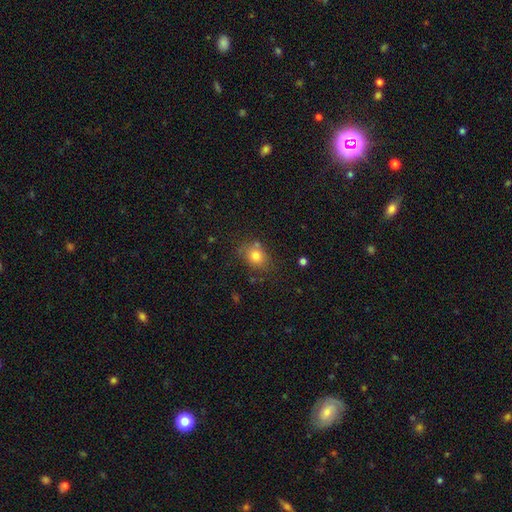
Q: Smooth or featured?
A: smooth (84%); runner-up: featured or disk (11%)
Q: How rounded?
A: round (50%); tied with: in between (50%)
Q: Merging?
A: none (58%); runner-up: minor disturbance (22%)